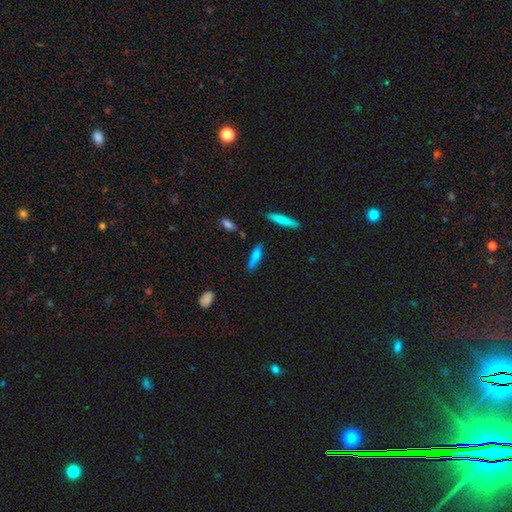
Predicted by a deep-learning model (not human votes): Morphology: type=smooth (70%); roundness=cigar-shaped (73%); merging=none (73%).